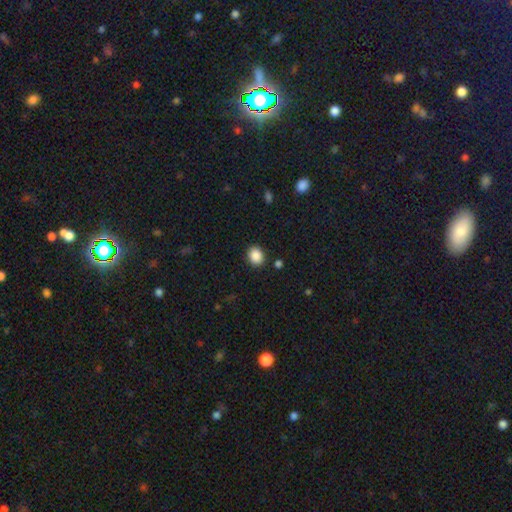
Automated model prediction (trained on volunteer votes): smooth_or_featured: smooth (p=0.88) [alt: star or artifact p=0.09]
how_rounded: round (p=0.55) [alt: in between p=0.44]
merging: none (p=0.87) [alt: minor disturbance p=0.08]